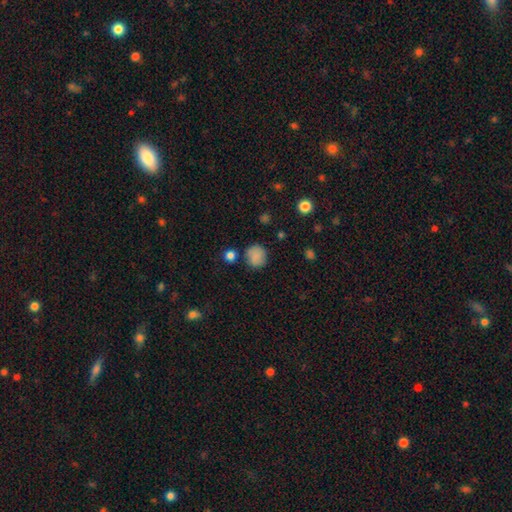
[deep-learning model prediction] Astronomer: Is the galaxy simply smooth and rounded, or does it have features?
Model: smooth — 84%.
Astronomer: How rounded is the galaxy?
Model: round — 83%.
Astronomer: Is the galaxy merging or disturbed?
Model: none — 77%.